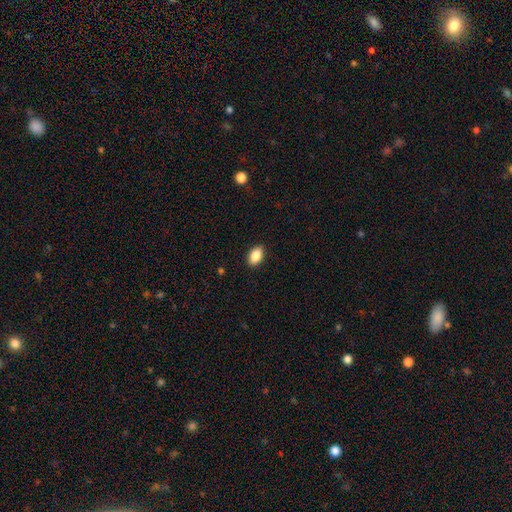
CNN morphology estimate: smooth-or-featured: smooth: 87% | star or artifact: 8% | featured or disk: 5%
  how-rounded: in between: 91% | round: 7% | cigar-shaped: 2%
  merging: none: 89% | minor disturbance: 8% | major disturbance: 2% | merger: 1%